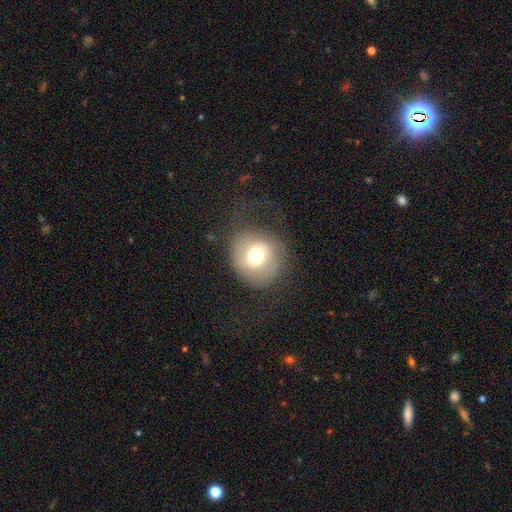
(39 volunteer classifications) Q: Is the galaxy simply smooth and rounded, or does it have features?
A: smooth — 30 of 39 (77%).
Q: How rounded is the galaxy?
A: round — 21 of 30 (70%).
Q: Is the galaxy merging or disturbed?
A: none — 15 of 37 (41%).